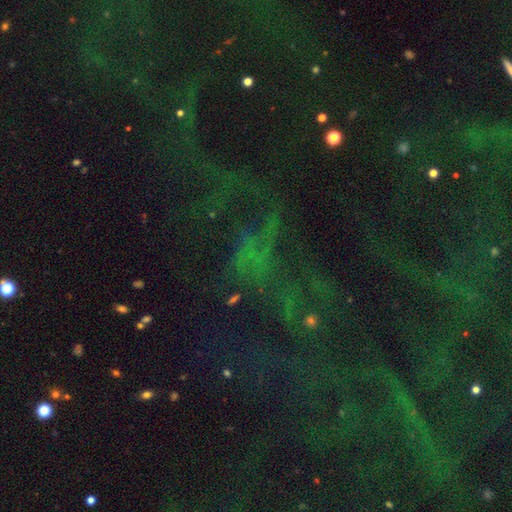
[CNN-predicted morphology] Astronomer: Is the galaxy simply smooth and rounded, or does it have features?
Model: star or artifact — 57%.